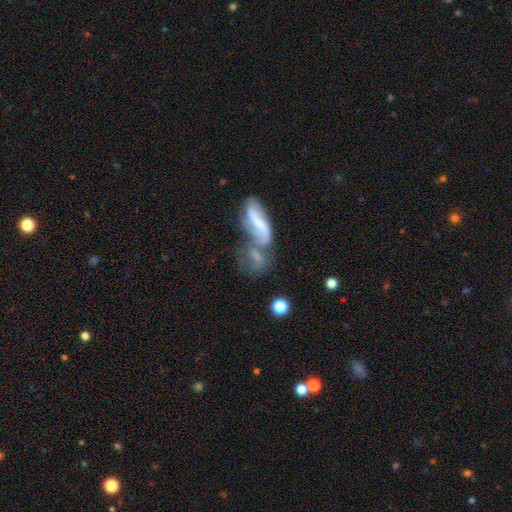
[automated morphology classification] Smooth or featured: smooth — 46% (featured or disk — 42%)
Merging: merger — 59% (none — 19%)